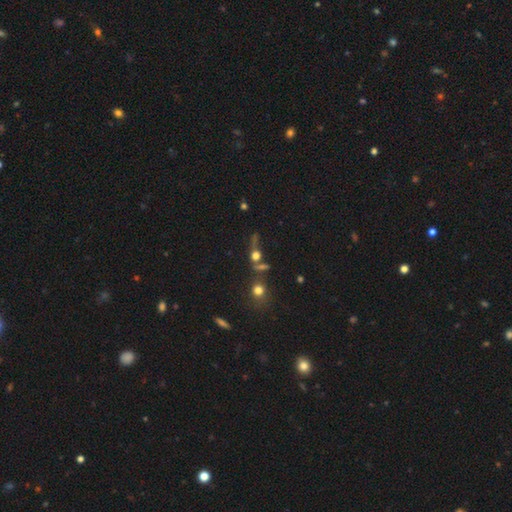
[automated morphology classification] Smooth or featured? Predicted: featured or disk (p=0.38). Merging? Predicted: none (p=0.50).